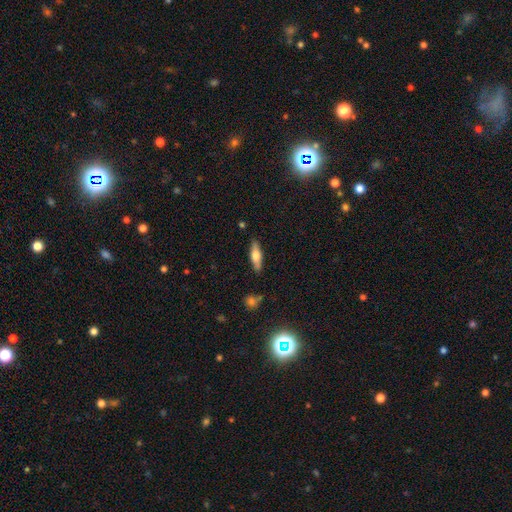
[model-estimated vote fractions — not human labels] Morphology: type=smooth (55%); roundness=cigar-shaped (55%); merging=none (85%).